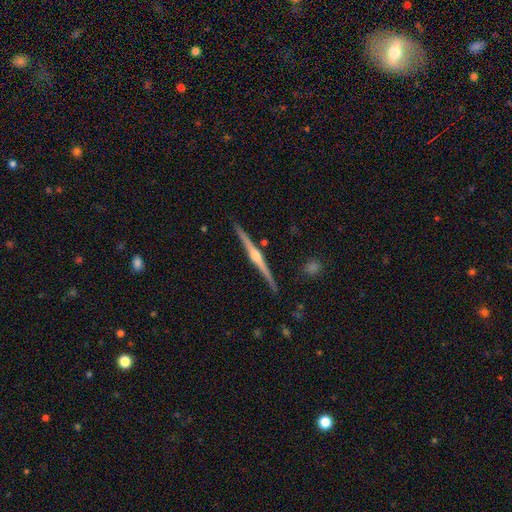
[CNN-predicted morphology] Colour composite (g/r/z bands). It shows a featured or disk galaxy (87%) viewed edge-on (99%) with a rounded central bulge (92%). Merging: none (91%).